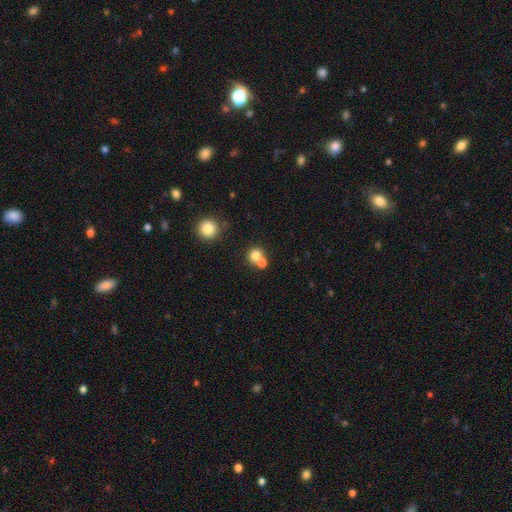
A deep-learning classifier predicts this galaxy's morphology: type=smooth (76%); roundness=round (83%); merging=none (47%).